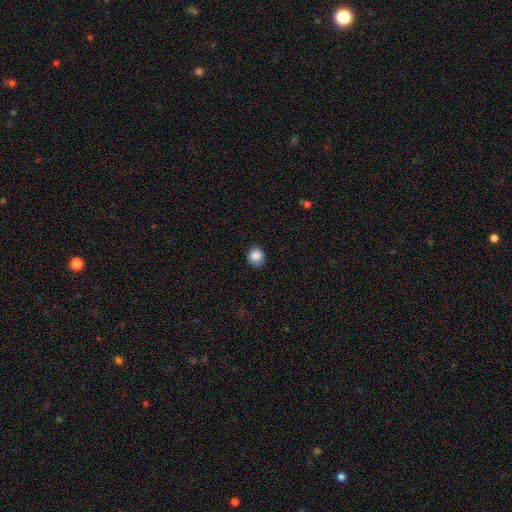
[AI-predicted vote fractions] Overall: smooth (87%). How rounded: round (83%). Merging: none (84%).